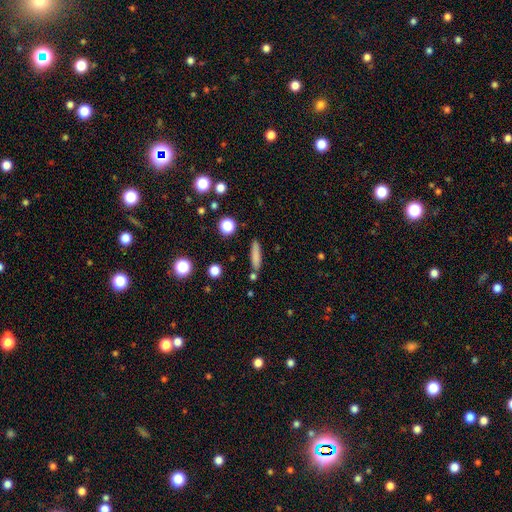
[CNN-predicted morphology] smooth_or_featured: smooth (p=0.80) [alt: featured or disk p=0.11]
how_rounded: cigar-shaped (p=0.80) [alt: in between p=0.17]
merging: none (p=0.80) [alt: minor disturbance p=0.11]